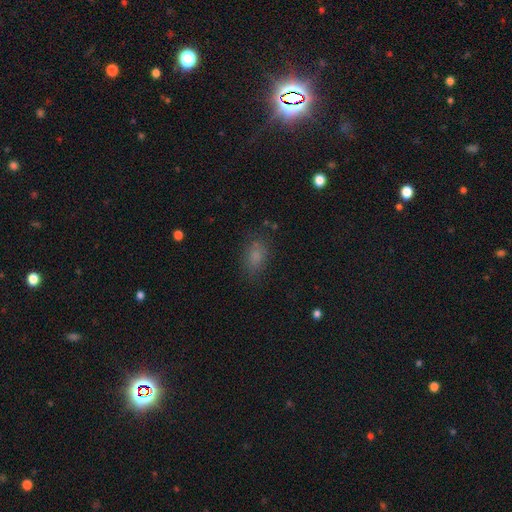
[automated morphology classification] type=smooth (76%); roundness=in between (84%); merging=none (74%).